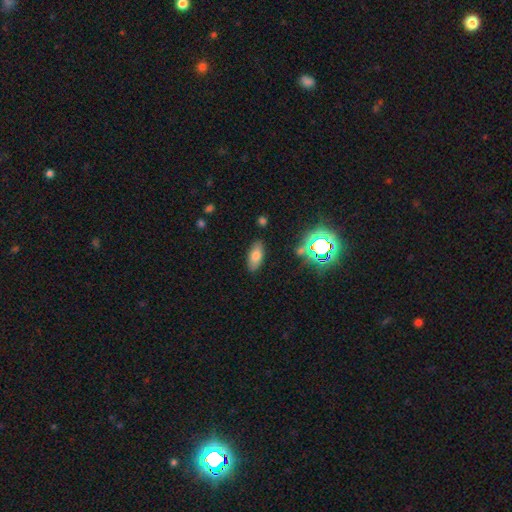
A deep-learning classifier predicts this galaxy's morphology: This is likely a smooth galaxy (71%). How rounded: clearly in between (85%). Merging: clearly none (85%).